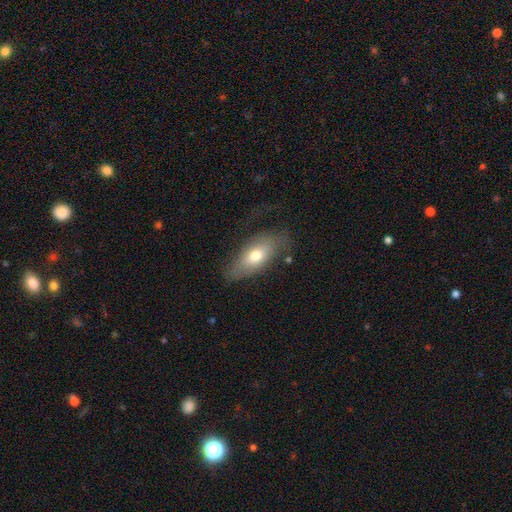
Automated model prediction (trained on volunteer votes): Overall: smooth (66%; featured or disk 27%). How rounded: in between (86%). Merging: none (54%; minor disturbance 26%).